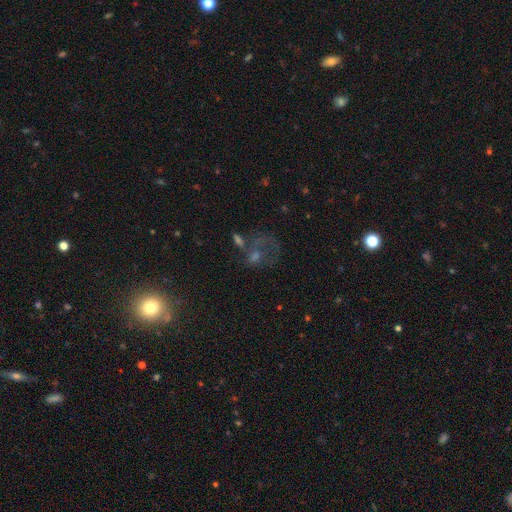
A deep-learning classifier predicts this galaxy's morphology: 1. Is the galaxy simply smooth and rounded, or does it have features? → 40% featured or disk, 30% smooth, 29% star or artifact.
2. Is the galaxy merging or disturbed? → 33% major disturbance, 32% none, 22% merger, 14% minor disturbance.